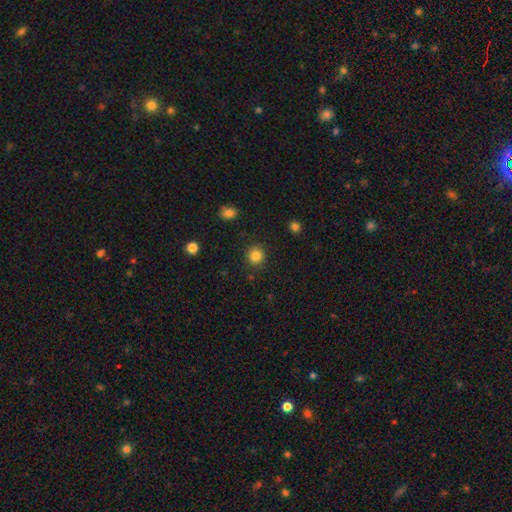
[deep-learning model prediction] Smooth or featured? smooth (85%)
How rounded? round (91%)
Merging? none (89%)